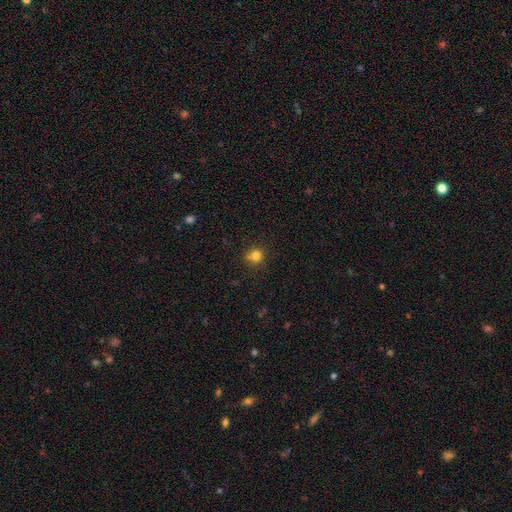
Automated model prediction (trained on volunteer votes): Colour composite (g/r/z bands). It shows a smooth galaxy with no disk features (79%) that is round (87%). Merging: none (70%).